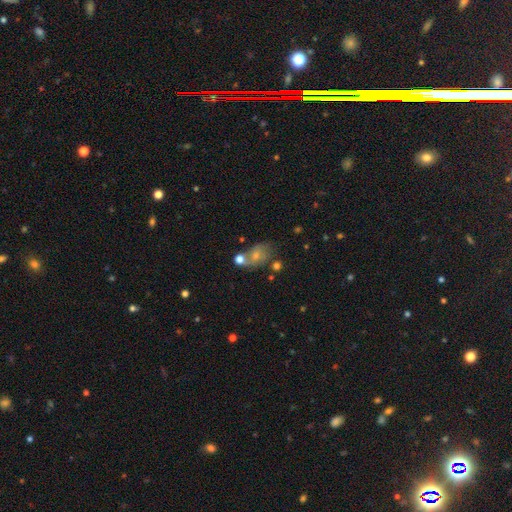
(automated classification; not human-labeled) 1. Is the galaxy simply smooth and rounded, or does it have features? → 52% smooth, 36% featured or disk, 12% star or artifact.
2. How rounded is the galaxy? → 77% in between, 21% round, 2% cigar-shaped.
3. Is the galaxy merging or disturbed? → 38% none, 26% merger, 22% minor disturbance, 15% major disturbance.